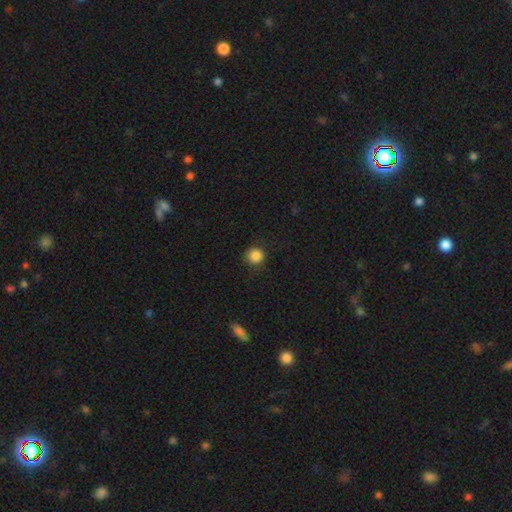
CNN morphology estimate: A smooth galaxy with no disk features (86%) that is round (92%).

Vote fractions:
- Smooth or featured? smooth: 86% / star or artifact: 10% / featured or disk: 3%
- How rounded? round: 92% / in between: 7% / cigar-shaped: 1%
- Merging? none: 86% / minor disturbance: 10% / major disturbance: 3% / merger: 1%